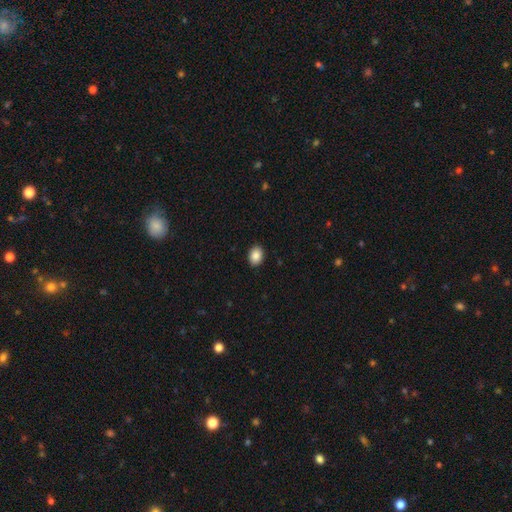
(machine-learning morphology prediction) smooth 88%, star or artifact 8%, featured or disk 4%. Down the decision tree: how rounded — in between (69%); merging — none (91%).